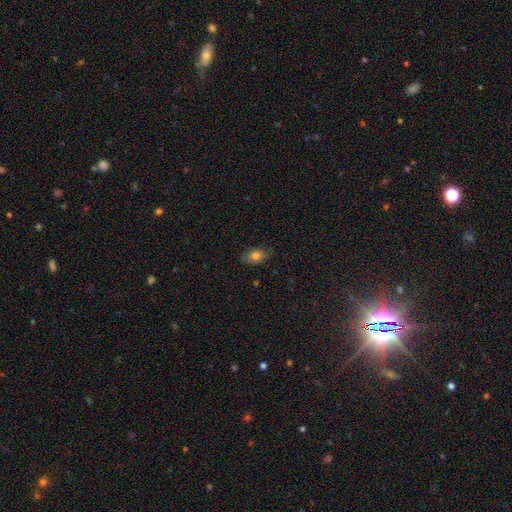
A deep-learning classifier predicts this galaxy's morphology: A smooth galaxy with no disk features (79%) that is in between round and cigar-shaped (87%). Merging: none (80%).